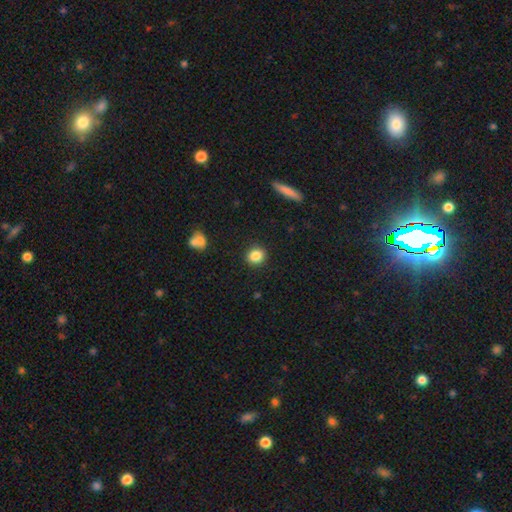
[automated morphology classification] This appears to be a smooth galaxy with no disk features (85%) that is round (82%). Merging: none (89%).